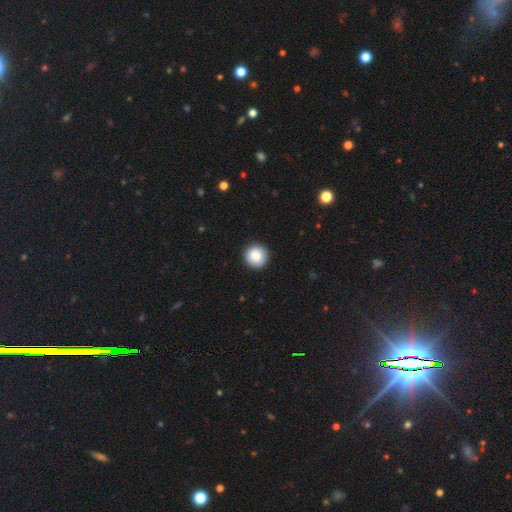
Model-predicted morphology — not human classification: smooth 85%, star or artifact 8%, featured or disk 7%. Down the decision tree: how rounded — round (95%); merging — none (92%).